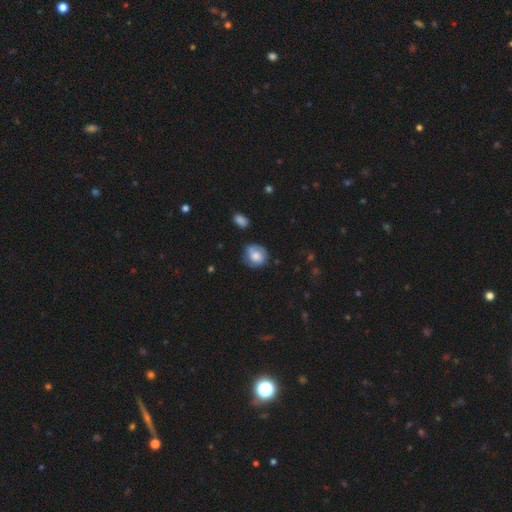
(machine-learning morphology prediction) This appears to be a smooth galaxy with no disk features (62%) that is round (69%). Merging: none (59%).